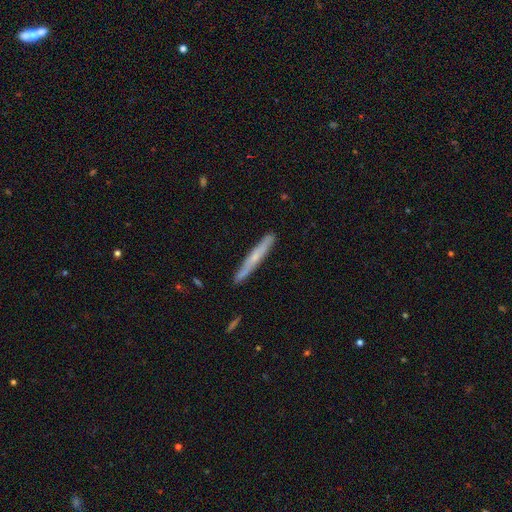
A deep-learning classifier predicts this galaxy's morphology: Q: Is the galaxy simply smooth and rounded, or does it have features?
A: smooth — 48%.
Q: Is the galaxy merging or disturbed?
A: none — 88%.